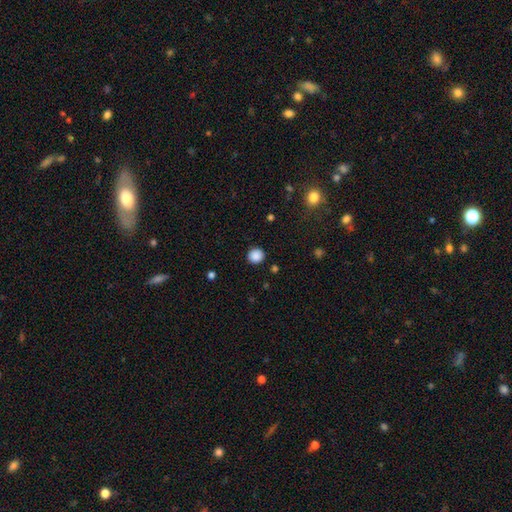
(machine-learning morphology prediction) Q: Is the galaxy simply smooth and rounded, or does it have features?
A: smooth — 88%.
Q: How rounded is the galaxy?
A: round — 92%.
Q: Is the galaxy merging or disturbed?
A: none — 91%.